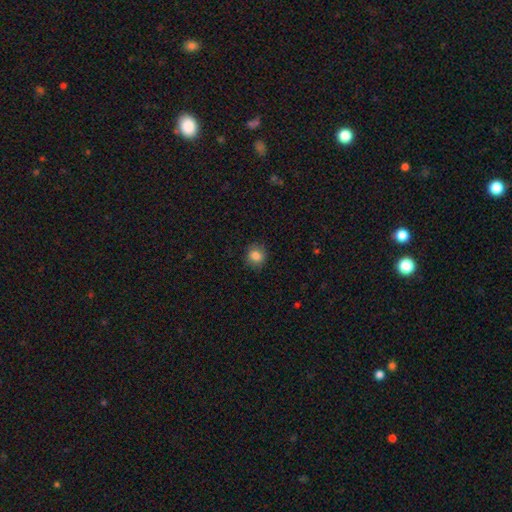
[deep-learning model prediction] The model was most divided on "how rounded": round: 84%, in between: 15%, cigar-shaped: 1%. More confident: merging — none (86%); smooth or featured — smooth (84%).